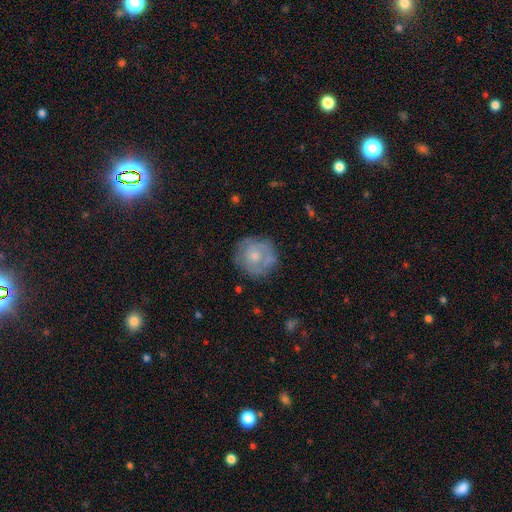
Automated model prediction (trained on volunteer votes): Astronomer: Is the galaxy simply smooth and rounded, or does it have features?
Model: smooth — 52% (runner-up: featured or disk, 41%).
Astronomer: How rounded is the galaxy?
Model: round — 90%.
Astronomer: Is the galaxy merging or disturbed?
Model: none — 70%.